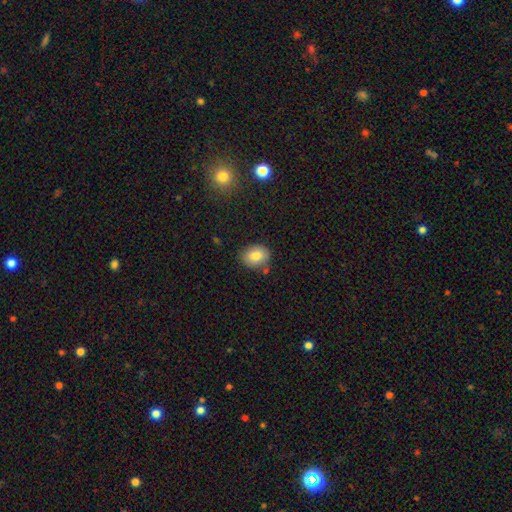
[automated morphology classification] Smooth or featured?
  - smooth: 81% *
  - featured or disk: 11%
  - star or artifact: 9%
How rounded?
  - in between: 57% *
  - round: 42%
  - cigar-shaped: 1%
Merging?
  - none: 77% *
  - minor disturbance: 15%
  - merger: 5%
  - major disturbance: 3%